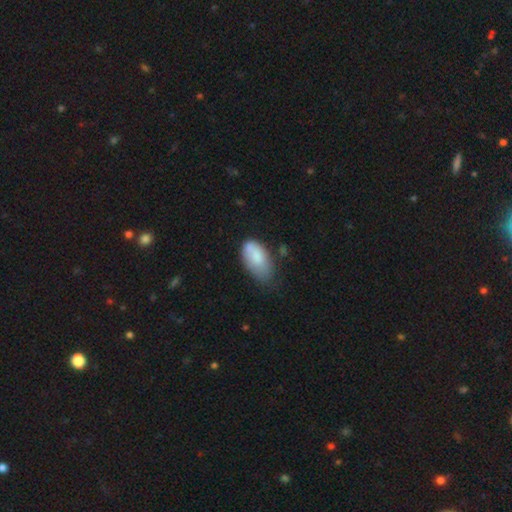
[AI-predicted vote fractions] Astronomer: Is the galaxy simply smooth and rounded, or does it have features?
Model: smooth — 78%.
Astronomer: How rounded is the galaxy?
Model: in between — 94%.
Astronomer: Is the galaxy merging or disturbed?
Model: none — 42% (runner-up: minor disturbance, 40%).